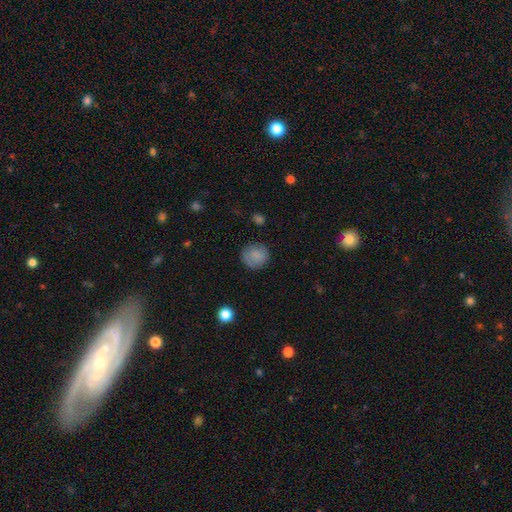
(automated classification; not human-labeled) Overall: smooth (83%). How rounded: round (88%). Merging: none (79%).